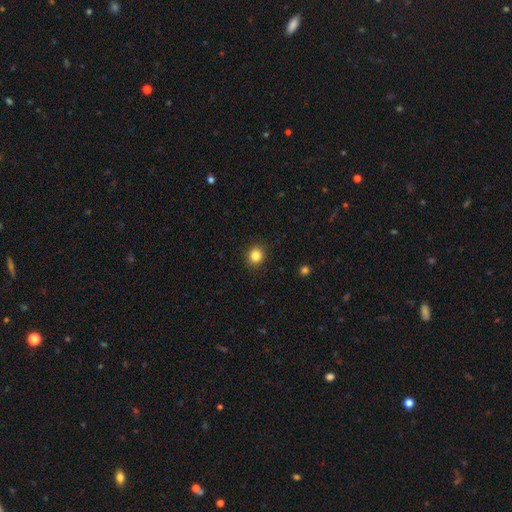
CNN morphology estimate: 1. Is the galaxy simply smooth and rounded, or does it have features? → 84% smooth, 11% star or artifact, 5% featured or disk.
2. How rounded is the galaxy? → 82% round, 17% in between, 1% cigar-shaped.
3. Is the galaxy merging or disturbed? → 91% none, 6% minor disturbance, 2% major disturbance, 1% merger.